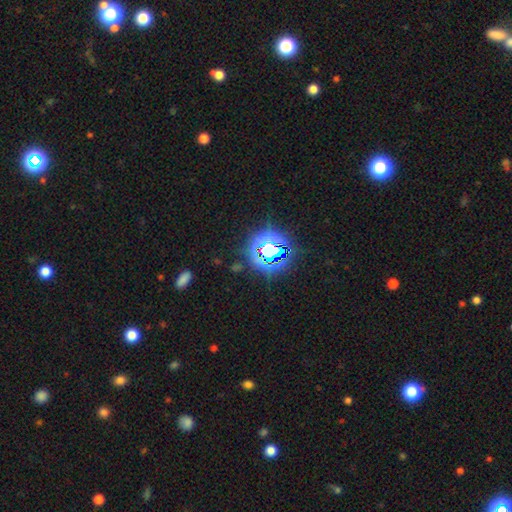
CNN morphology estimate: type=star or artifact (75%).